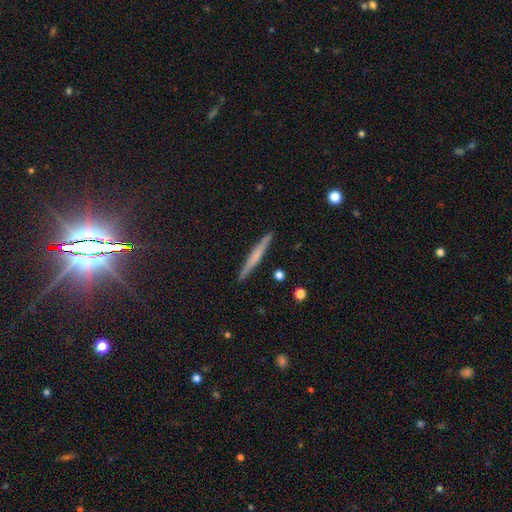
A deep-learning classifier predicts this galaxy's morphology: Smooth or featured? Predicted: smooth (p=0.50). Merging? Predicted: none (p=0.91).